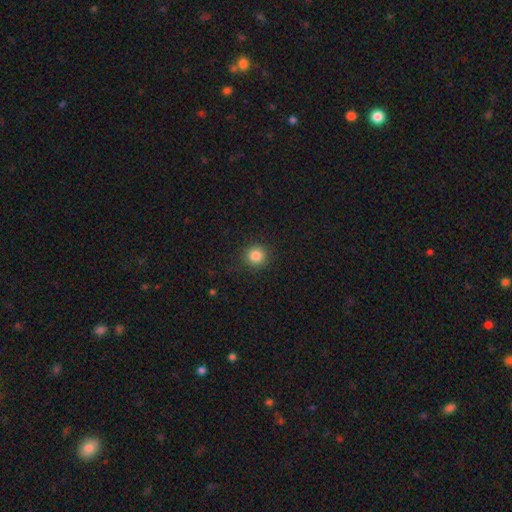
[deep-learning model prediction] smooth 85%, star or artifact 11%, featured or disk 4%. Down the decision tree: how rounded — round (93%); merging — none (90%).